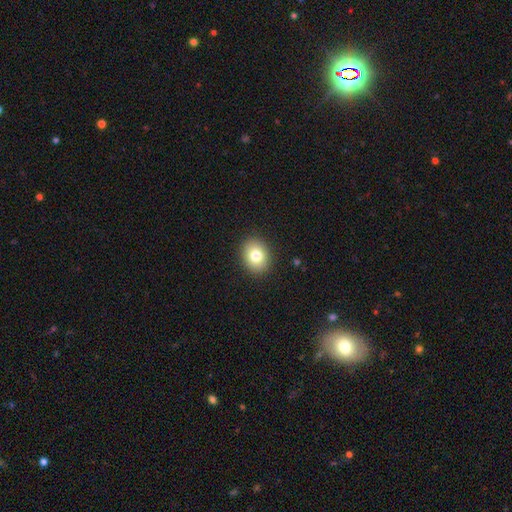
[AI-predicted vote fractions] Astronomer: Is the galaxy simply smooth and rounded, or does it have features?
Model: smooth — 80%.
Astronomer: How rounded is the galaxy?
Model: in between — 53% (runner-up: round, 46%).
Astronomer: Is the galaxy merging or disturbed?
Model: none — 90%.